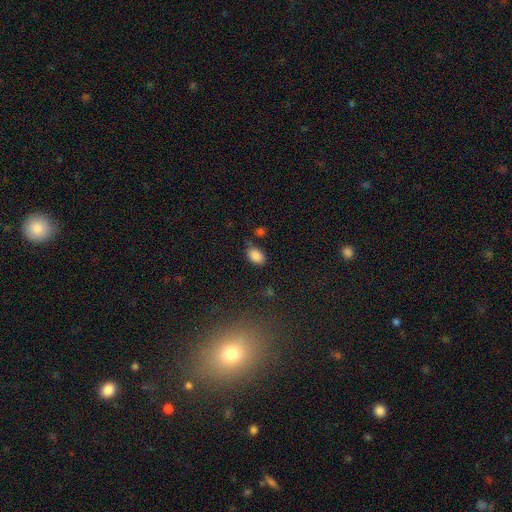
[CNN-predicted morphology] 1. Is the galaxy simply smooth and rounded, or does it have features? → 86% smooth, 10% star or artifact, 5% featured or disk.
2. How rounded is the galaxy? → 85% in between, 13% round, 1% cigar-shaped.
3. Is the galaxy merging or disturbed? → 63% none, 25% minor disturbance, 6% merger, 6% major disturbance.